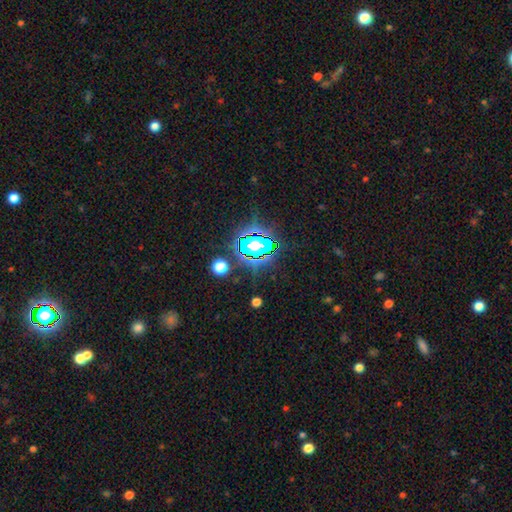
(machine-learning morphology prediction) Smooth or featured?
  - star or artifact: 74% *
  - smooth: 16%
  - featured or disk: 10%